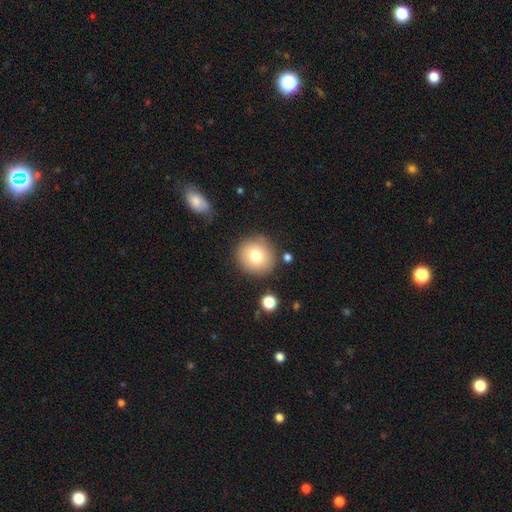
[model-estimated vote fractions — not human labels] Smooth or featured? smooth (76%)
How rounded? round (91%)
Merging? none (84%)